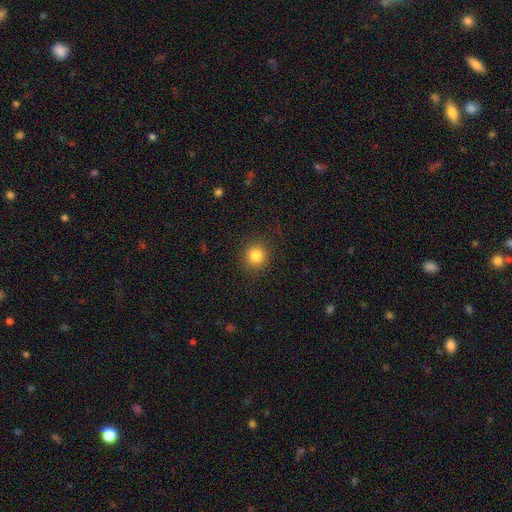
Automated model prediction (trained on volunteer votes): Morphology: type=smooth (83%); roundness=round (90%); merging=none (89%).